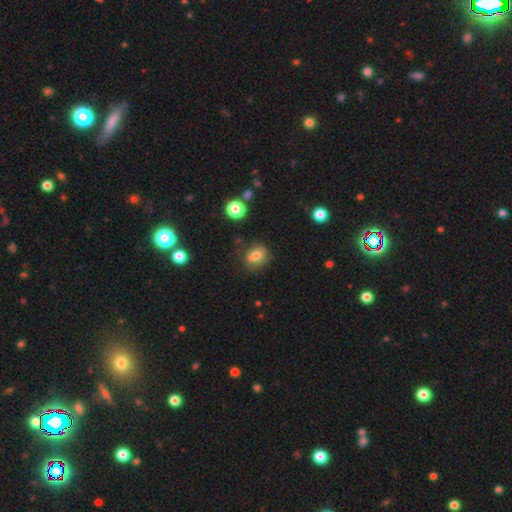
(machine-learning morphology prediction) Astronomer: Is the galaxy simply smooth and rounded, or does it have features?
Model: smooth — 76%.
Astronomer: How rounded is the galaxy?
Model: in between — 52% (runner-up: round, 46%).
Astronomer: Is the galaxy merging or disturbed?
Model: none — 76%.